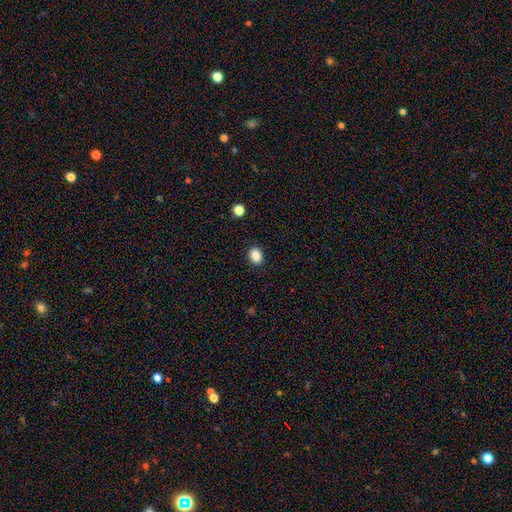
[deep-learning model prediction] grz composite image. It shows a smooth galaxy with no disk features (87%) that is in between round and cigar-shaped (60%). Merging: none (89%).